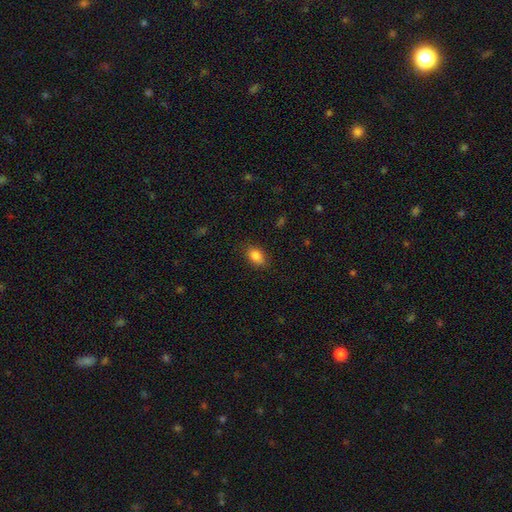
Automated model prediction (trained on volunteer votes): Smooth or featured? Predicted: smooth (p=0.85). How rounded? Predicted: in between (p=0.86). Merging? Predicted: none (p=0.83).